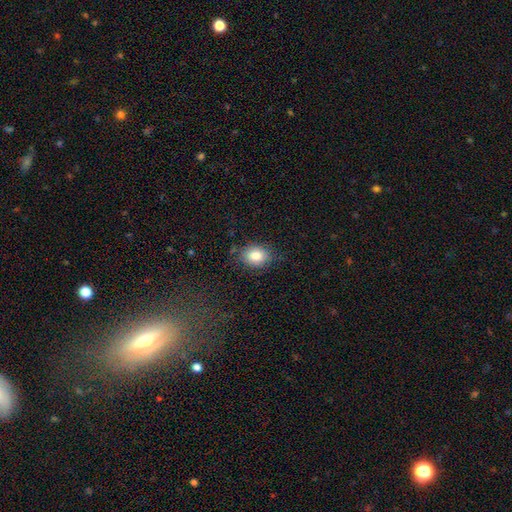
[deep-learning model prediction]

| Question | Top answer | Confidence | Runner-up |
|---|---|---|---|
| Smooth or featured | smooth | 84% | star or artifact (9%) |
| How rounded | in between | 55% | round (44%) |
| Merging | none | 77% | minor disturbance (17%) |